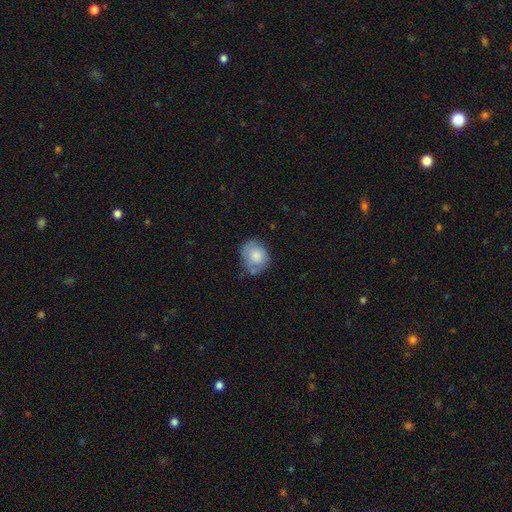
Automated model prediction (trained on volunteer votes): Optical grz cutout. It shows a smooth galaxy with no disk features (75%) that is round (63%). Merging: none (53%).